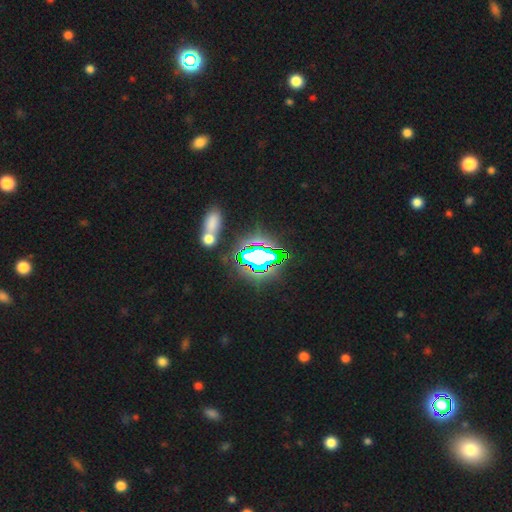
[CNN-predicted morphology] A star or artifact, not a galaxy (77%).